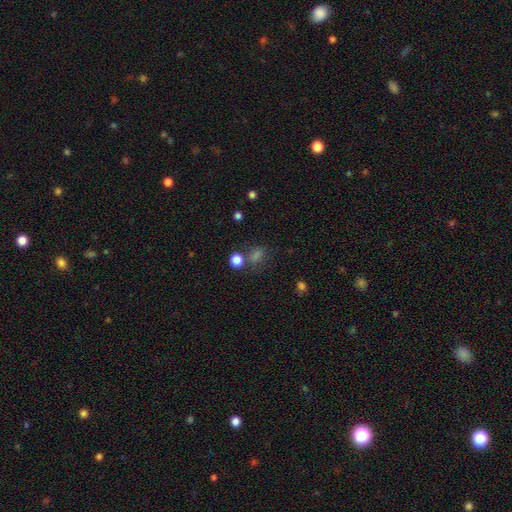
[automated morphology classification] Smooth or featured? Predicted: smooth (p=0.58). How rounded? Predicted: round (p=0.54). Merging? Predicted: none (p=0.64).